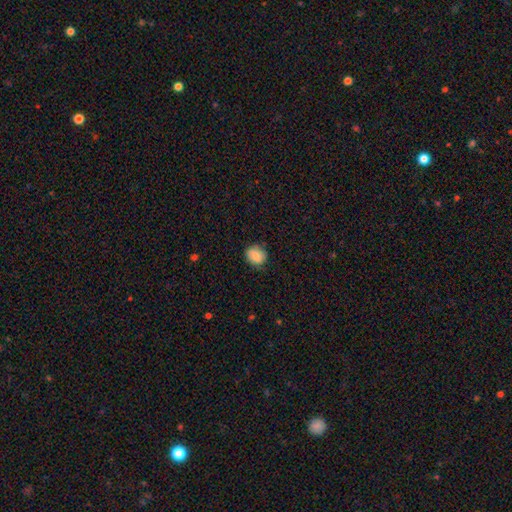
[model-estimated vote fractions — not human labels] smooth-or-featured: smooth: 85% | star or artifact: 8% | featured or disk: 7%
  how-rounded: round: 69% | in between: 30% | cigar-shaped: 1%
  merging: none: 79% | minor disturbance: 16% | major disturbance: 4% | merger: 1%